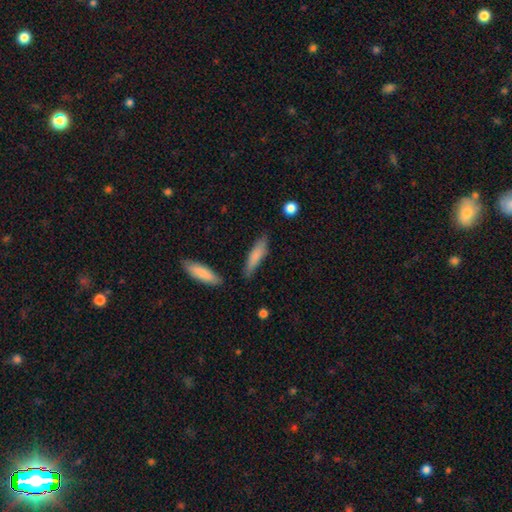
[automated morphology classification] The model was most divided on "how rounded": cigar-shaped: 73%, in between: 25%, round: 2%. More confident: smooth or featured — smooth (78%); merging — none (77%).